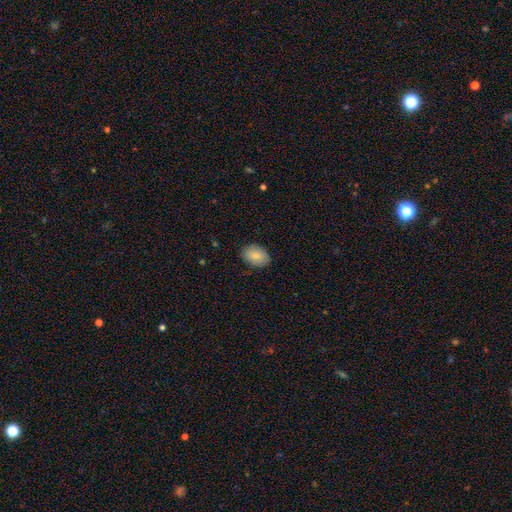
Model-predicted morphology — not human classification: A smooth galaxy with no disk features (83%) that is in between round and cigar-shaped (84%). Merging: none (86%).